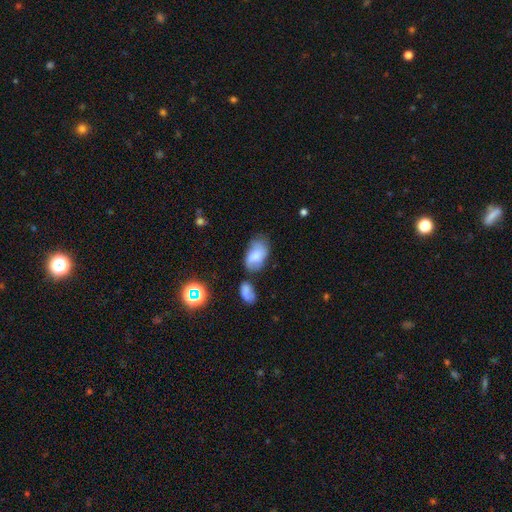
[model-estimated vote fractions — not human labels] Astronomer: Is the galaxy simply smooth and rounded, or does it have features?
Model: smooth — 70%.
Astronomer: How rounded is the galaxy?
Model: in between — 92%.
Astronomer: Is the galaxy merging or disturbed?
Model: none — 45% (runner-up: minor disturbance, 27%).